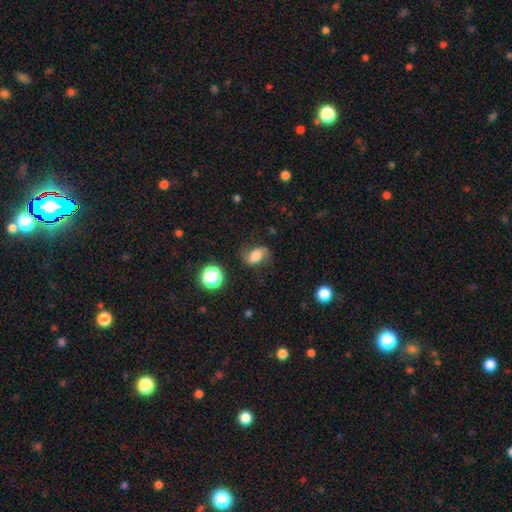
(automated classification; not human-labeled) Smooth or featured: smooth — 60% (featured or disk — 28%)
How rounded: in between — 76% (round — 22%)
Merging: none — 62% (minor disturbance — 24%)